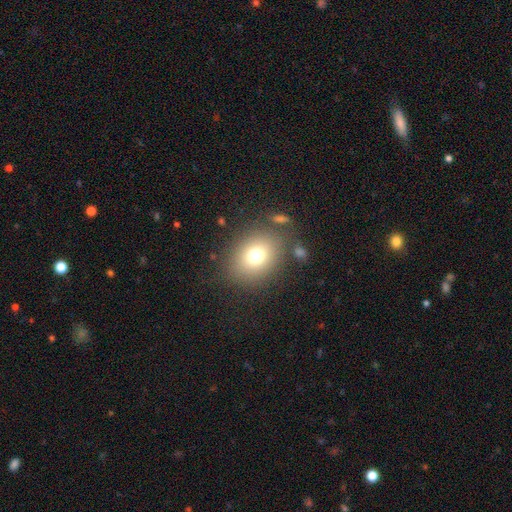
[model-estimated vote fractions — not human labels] This appears to be a smooth galaxy with no disk features (75%) that is round (50%). Merging: none (78%).